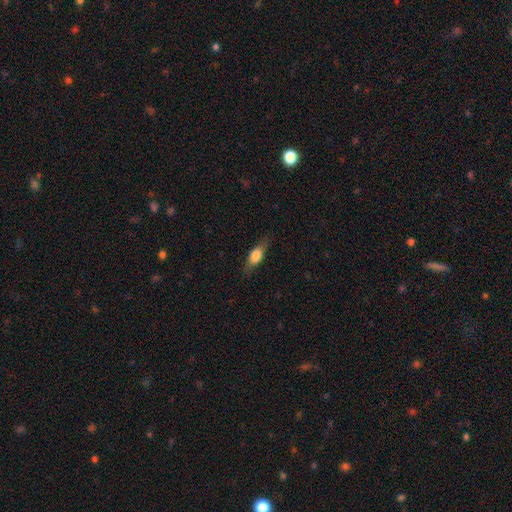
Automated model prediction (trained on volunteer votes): Morphology: type=smooth (68%); roundness=in between (62%); merging=none (79%).